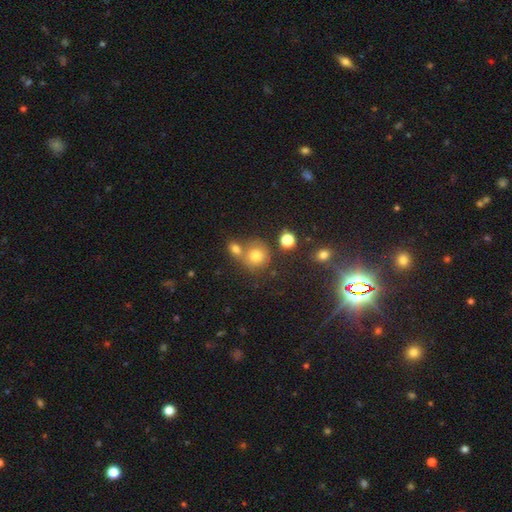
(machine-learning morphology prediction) A smooth galaxy with no disk features (75%) that is round (85%). Merging: none (50%).